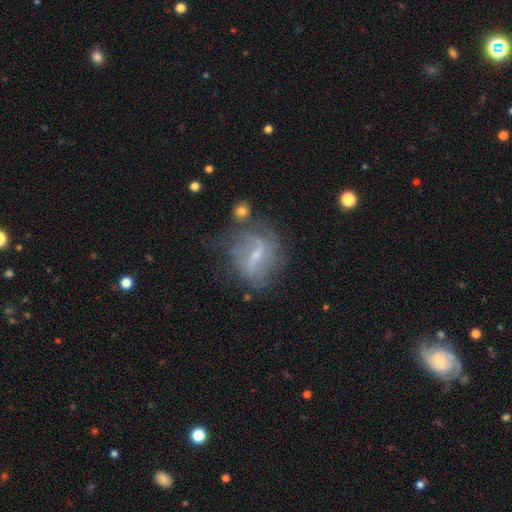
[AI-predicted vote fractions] Q: Smooth or featured?
A: featured or disk (69%); runner-up: smooth (21%)
Q: Edge-on disk?
A: no (93%); runner-up: yes (7%)
Q: Bar?
A: weak (51%); runner-up: strong (31%)
Q: Spiral arms?
A: yes (72%); runner-up: no (28%)
Q: Bulge size?
A: small (65%); runner-up: moderate (23%)
Q: Merging?
A: none (54%); runner-up: minor disturbance (23%)